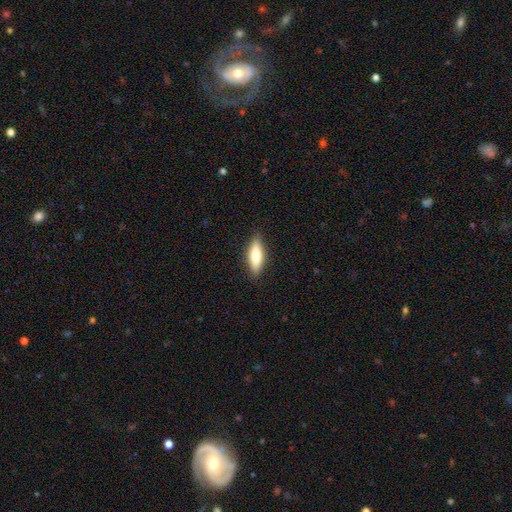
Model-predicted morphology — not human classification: A smooth galaxy with no disk features (67%) that is in between round and cigar-shaped (50%). Merging: none (88%).